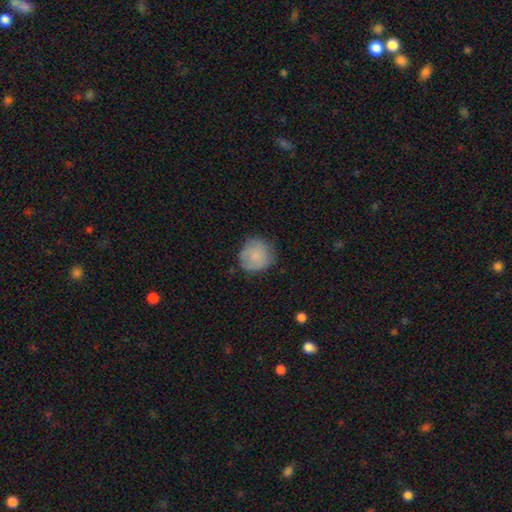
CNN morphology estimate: type=smooth (80%); roundness=round (88%); merging=none (73%).